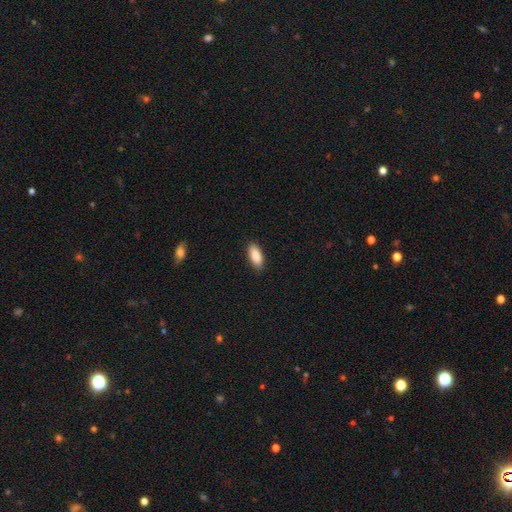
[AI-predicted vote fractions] Q: Smooth or featured?
A: smooth (89%); runner-up: star or artifact (6%)
Q: How rounded?
A: in between (82%); runner-up: cigar-shaped (16%)
Q: Merging?
A: none (88%); runner-up: minor disturbance (9%)